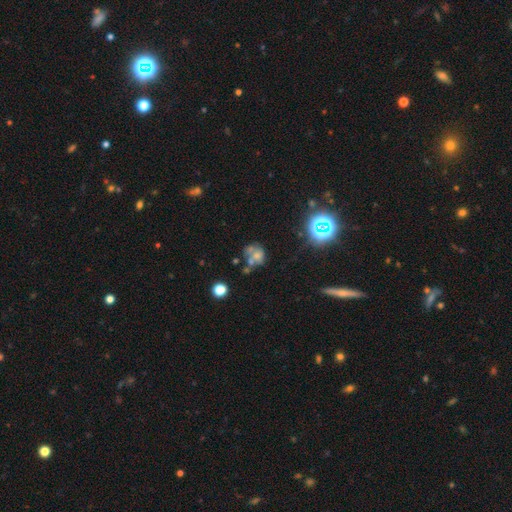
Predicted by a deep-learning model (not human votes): Smooth or featured: smooth — 46% (featured or disk — 33%)
Merging: merger — 34% (none — 31%)